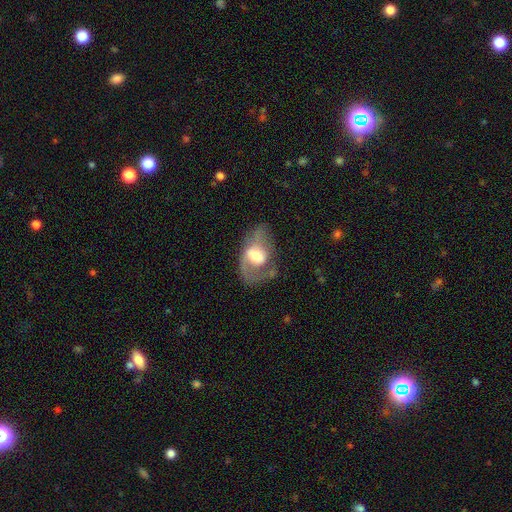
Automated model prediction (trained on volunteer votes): The model was most divided on "bar": no: 43%, weak: 40%, strong: 17%. Remaining: edge-on disk — no (94%); spiral arms — yes (72%); smooth or featured — featured or disk (62%); bulge size — moderate (51%); merging — none (41%).